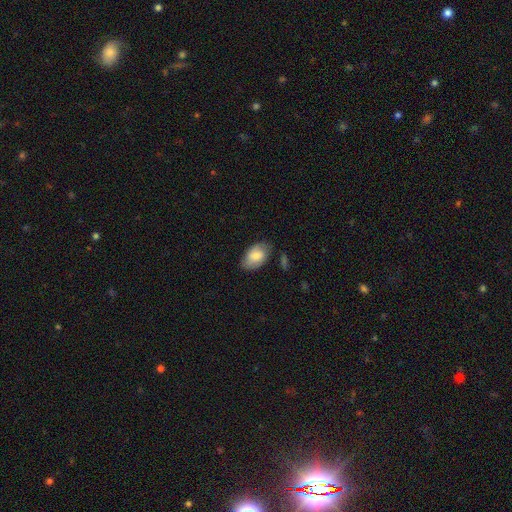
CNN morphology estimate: smooth-or-featured: smooth: 73% | featured or disk: 20% | star or artifact: 6%
  how-rounded: in between: 93% | round: 6% | cigar-shaped: 1%
  merging: none: 70% | minor disturbance: 23% | major disturbance: 5% | merger: 3%